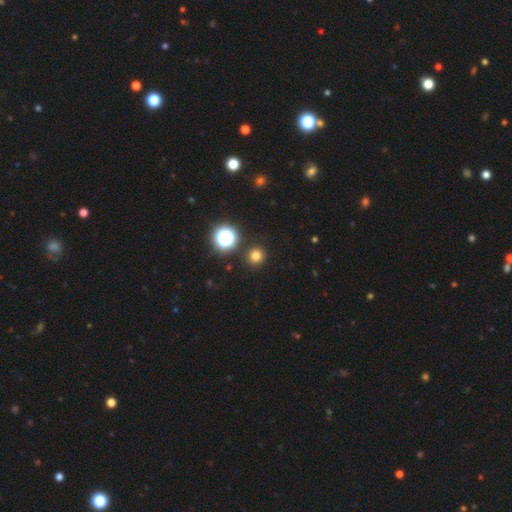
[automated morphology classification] smooth_or_featured: smooth (p=0.75) [alt: star or artifact p=0.19]
how_rounded: round (p=0.94) [alt: in between p=0.05]
merging: none (p=0.91) [alt: minor disturbance p=0.05]